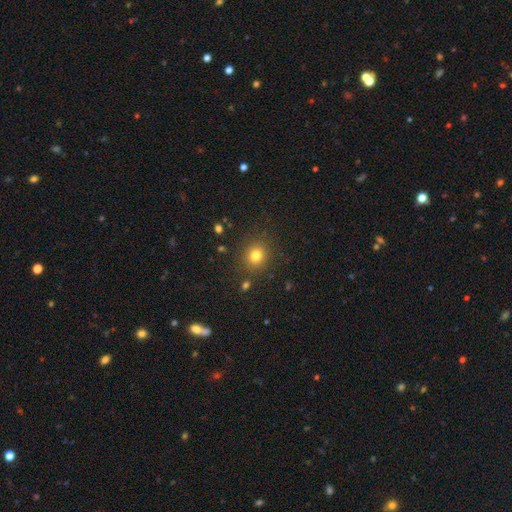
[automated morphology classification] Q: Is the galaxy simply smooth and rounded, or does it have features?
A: smooth — 79%.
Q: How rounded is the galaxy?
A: round — 84%.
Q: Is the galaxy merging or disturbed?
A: none — 86%.